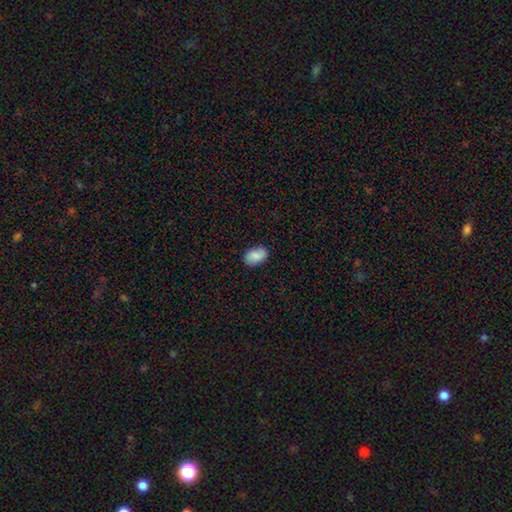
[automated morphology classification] Q: Smooth or featured?
A: smooth (88%); runner-up: star or artifact (7%)
Q: How rounded?
A: in between (91%); runner-up: round (8%)
Q: Merging?
A: none (85%); runner-up: minor disturbance (12%)